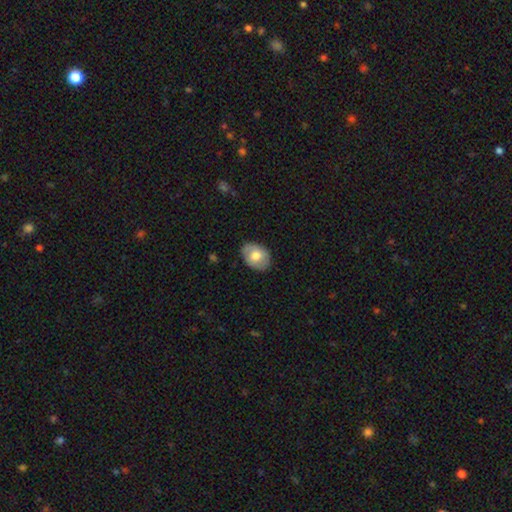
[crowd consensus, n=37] smooth_or_featured: smooth (p=0.73) [alt: featured or disk p=0.19]
how_rounded: in between (p=0.74) [alt: round p=0.26]
merging: none (p=0.79) [alt: minor disturbance p=0.12]